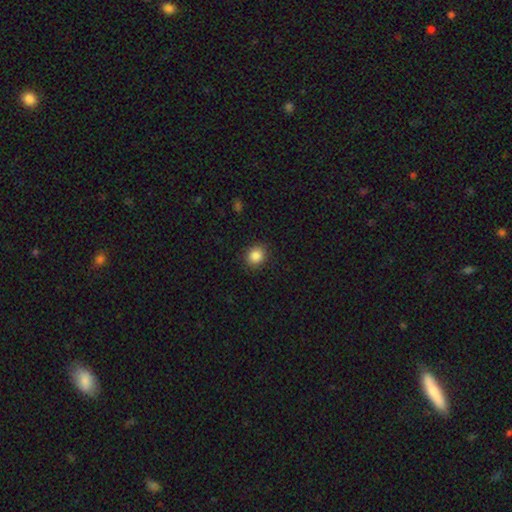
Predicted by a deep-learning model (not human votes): This appears to be a smooth galaxy with no disk features (86%) that is round (77%). Merging: none (89%).